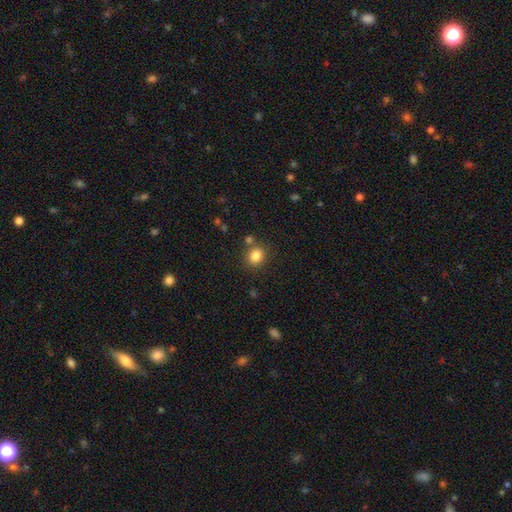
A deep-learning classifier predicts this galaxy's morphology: Overall: smooth (83%). How rounded: round (69%; in between 30%). Merging: none (78%).